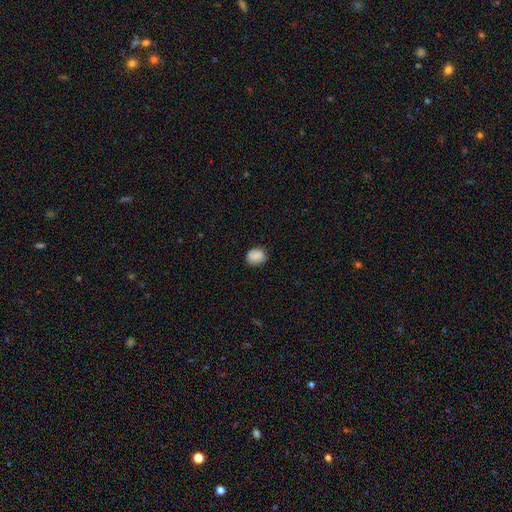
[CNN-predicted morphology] Smooth or featured?
  - smooth: 86% *
  - star or artifact: 8%
  - featured or disk: 5%
How rounded?
  - round: 51% *
  - in between: 48%
  - cigar-shaped: 1%
Merging?
  - none: 81% *
  - minor disturbance: 15%
  - major disturbance: 3%
  - merger: 1%